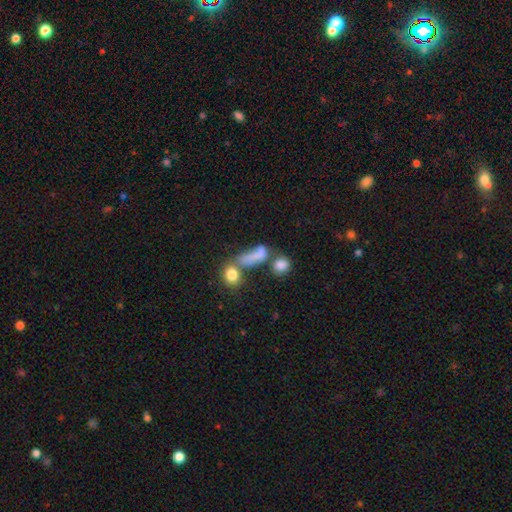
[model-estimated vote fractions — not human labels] The model was most divided on "merging": merger: 41%, none: 28%, major disturbance: 17%, minor disturbance: 14%. More confident: smooth or featured — smooth (68%); how rounded — in between (53%).